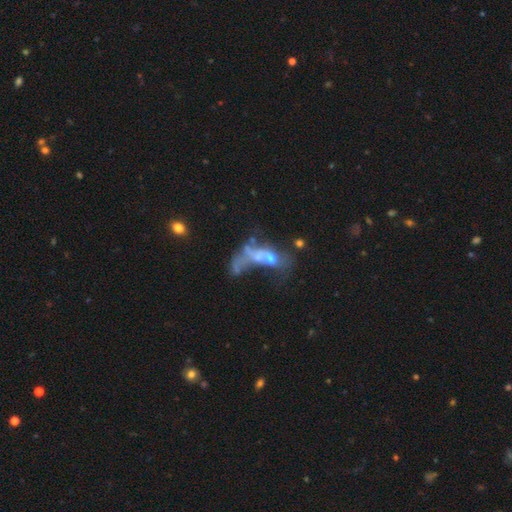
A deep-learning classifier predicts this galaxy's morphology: Q: Smooth or featured?
A: featured or disk (51%); runner-up: smooth (33%)
Q: Edge-on disk?
A: no (94%); runner-up: yes (6%)
Q: Merging?
A: merger (53%); runner-up: major disturbance (28%)